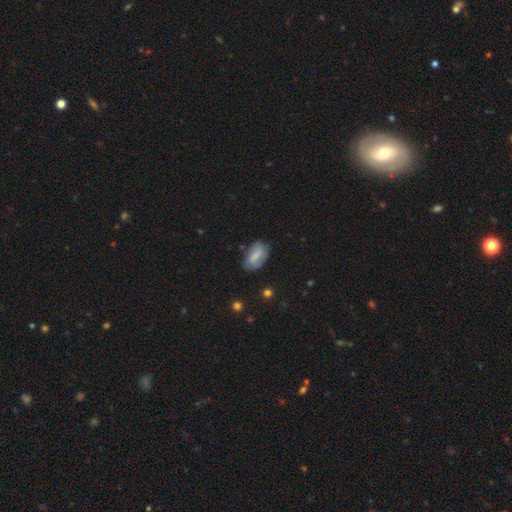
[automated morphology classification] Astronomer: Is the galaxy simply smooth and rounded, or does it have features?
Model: smooth — 69%.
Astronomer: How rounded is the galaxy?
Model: in between — 91%.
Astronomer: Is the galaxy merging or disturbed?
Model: none — 68%.